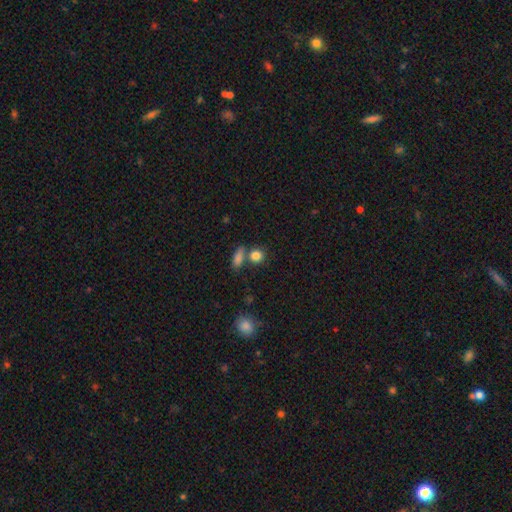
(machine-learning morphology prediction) smooth 83%, star or artifact 11%, featured or disk 6%. Down the decision tree: how rounded — round (74%); merging — none (61%).